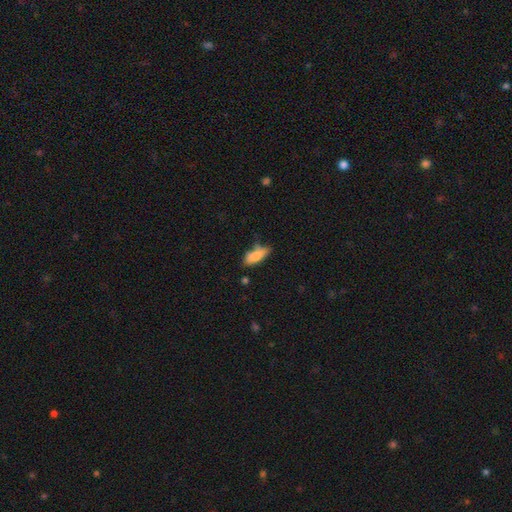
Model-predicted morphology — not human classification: Smooth or featured?
  - smooth: 78% *
  - featured or disk: 15%
  - star or artifact: 7%
How rounded?
  - in between: 69% *
  - cigar-shaped: 29%
  - round: 2%
Merging?
  - none: 54% *
  - minor disturbance: 29%
  - merger: 9%
  - major disturbance: 8%